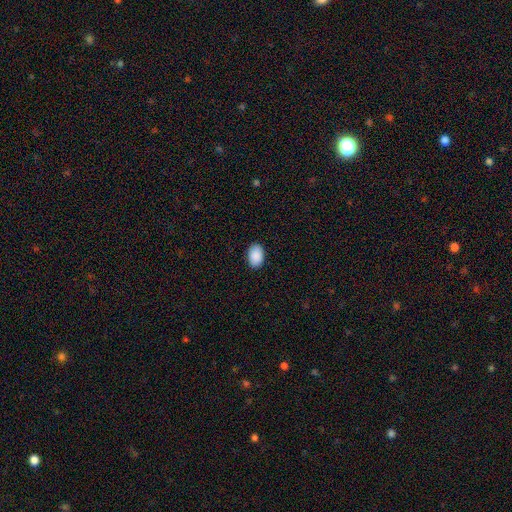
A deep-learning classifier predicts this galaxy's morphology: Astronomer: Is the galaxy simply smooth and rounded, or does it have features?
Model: smooth — 91%.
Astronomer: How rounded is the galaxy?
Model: in between — 89%.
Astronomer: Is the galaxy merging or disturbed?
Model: none — 89%.